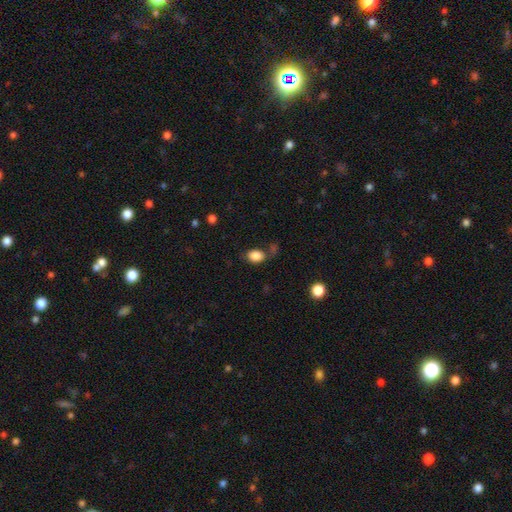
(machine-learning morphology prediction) type=smooth (85%); roundness=in between (73%); merging=none (63%).